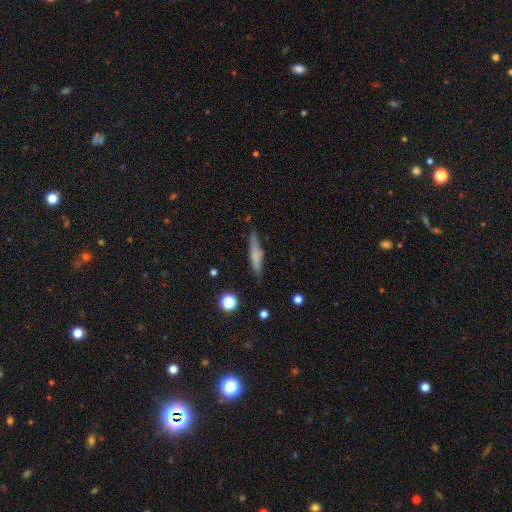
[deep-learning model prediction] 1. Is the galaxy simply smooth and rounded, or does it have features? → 66% smooth, 27% featured or disk, 7% star or artifact.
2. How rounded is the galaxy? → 86% cigar-shaped, 13% in between, 2% round.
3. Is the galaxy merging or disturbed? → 82% none, 13% minor disturbance, 3% major disturbance, 2% merger.